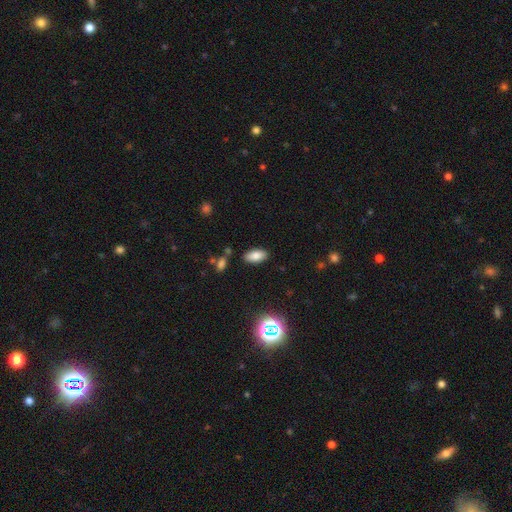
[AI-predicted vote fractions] Smooth or featured? smooth (81%)
How rounded? in between (90%)
Merging? none (85%)